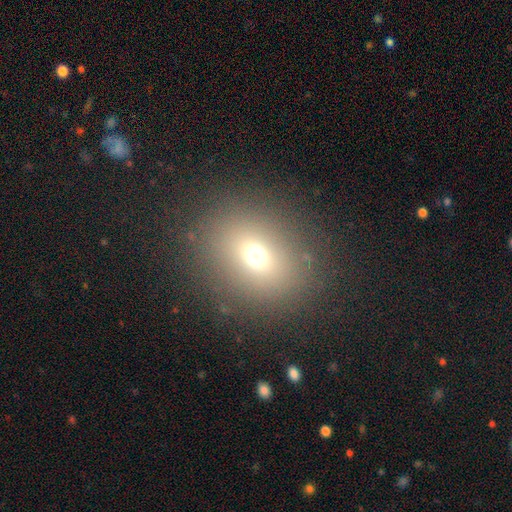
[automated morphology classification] This is likely a smooth galaxy (67%). How rounded: possibly round (60%). Merging: clearly none (85%).